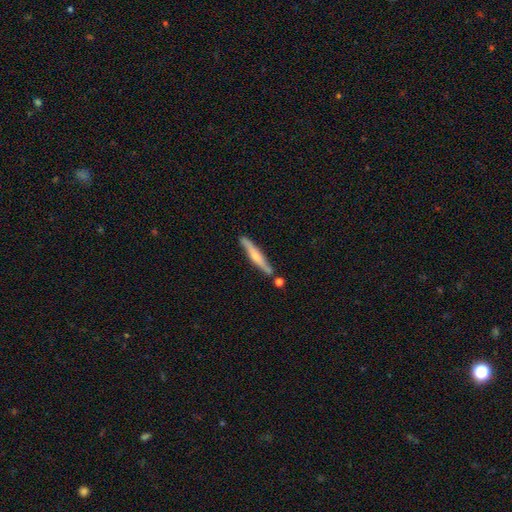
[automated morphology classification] Smooth or featured?
  - featured or disk: 49% *
  - smooth: 46%
  - star or artifact: 5%
Merging?
  - none: 75% *
  - minor disturbance: 13%
  - merger: 9%
  - major disturbance: 3%